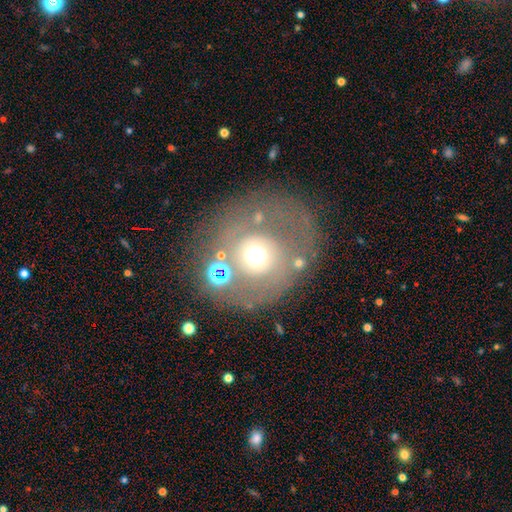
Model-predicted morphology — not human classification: smooth-or-featured: smooth: 42% | featured or disk: 40% | star or artifact: 18%
  merging: none: 55% | major disturbance: 19% | minor disturbance: 16% | merger: 10%